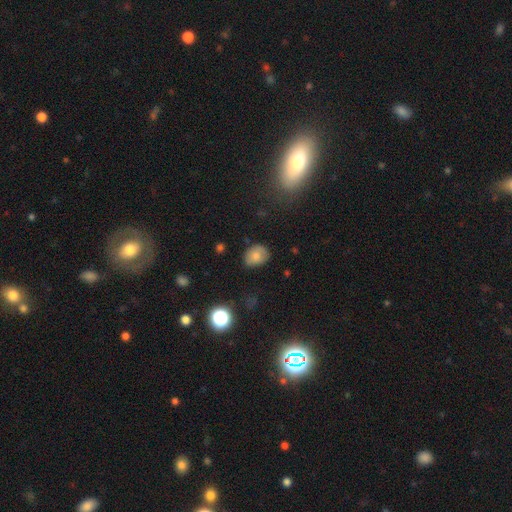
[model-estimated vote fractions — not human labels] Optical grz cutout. It shows a smooth galaxy with no disk features (78%) that is in between round and cigar-shaped (61%). Merging: none (76%).